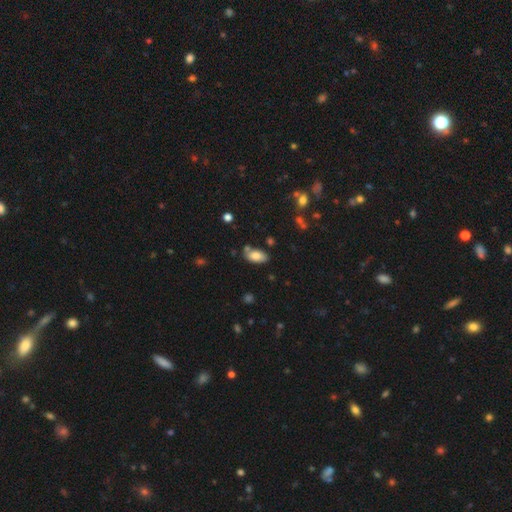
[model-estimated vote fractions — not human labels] Smooth or featured? smooth (81%)
How rounded? in between (93%)
Merging? none (70%)